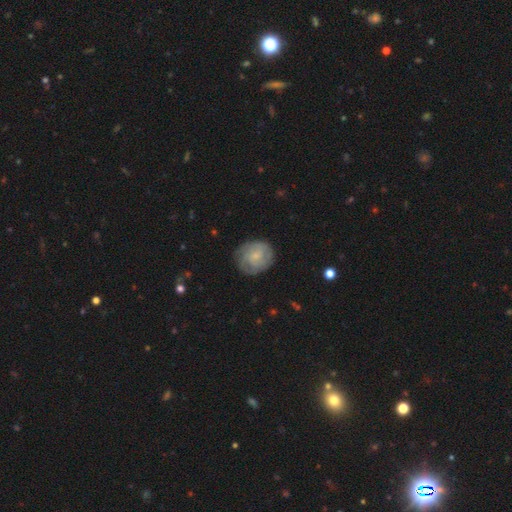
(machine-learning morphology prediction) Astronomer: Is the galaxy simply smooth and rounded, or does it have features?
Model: featured or disk — 59% (runner-up: smooth, 35%).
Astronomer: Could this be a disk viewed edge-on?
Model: no — 98%.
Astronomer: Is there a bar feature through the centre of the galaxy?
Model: no — 70%.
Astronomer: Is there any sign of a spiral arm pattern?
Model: yes — 87%.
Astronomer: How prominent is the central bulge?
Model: small — 62%.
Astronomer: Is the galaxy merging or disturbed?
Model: none — 75%.